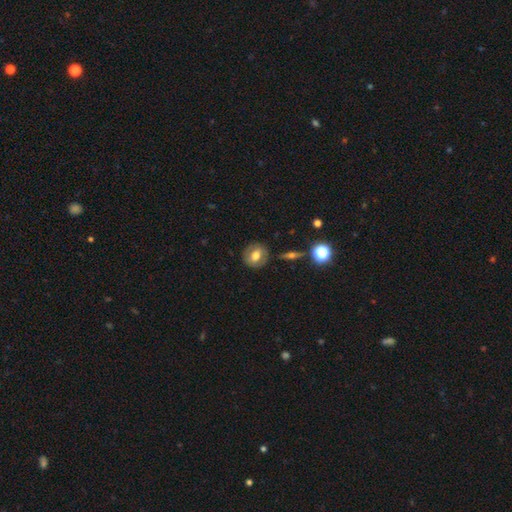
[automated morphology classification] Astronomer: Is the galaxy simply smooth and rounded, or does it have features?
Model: smooth — 56% (runner-up: featured or disk, 35%).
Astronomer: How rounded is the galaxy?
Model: round — 76%.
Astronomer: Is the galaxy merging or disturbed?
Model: none — 85%.